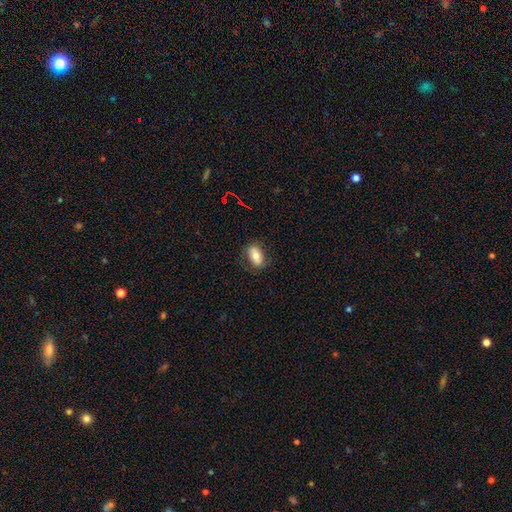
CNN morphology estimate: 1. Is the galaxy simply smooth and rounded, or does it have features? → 70% smooth, 22% featured or disk, 8% star or artifact.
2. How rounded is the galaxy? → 88% in between, 9% round, 3% cigar-shaped.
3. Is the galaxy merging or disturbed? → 78% none, 16% minor disturbance, 5% major disturbance, 1% merger.